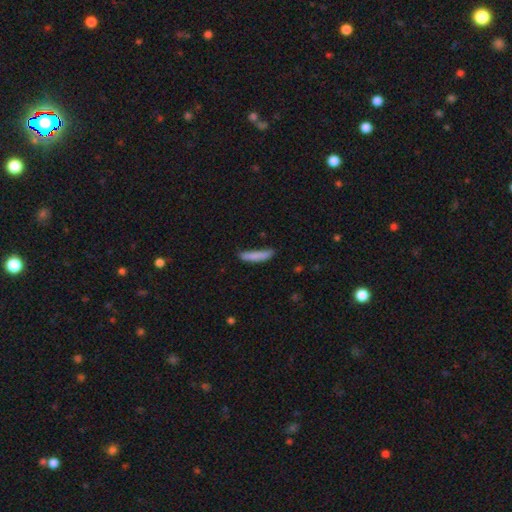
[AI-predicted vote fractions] Smooth or featured? smooth (82%)
How rounded? cigar-shaped (87%)
Merging? none (69%)